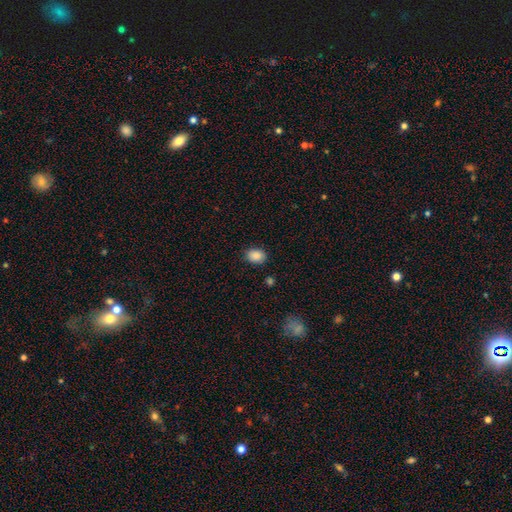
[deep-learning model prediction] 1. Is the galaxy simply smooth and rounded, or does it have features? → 88% smooth, 9% star or artifact, 4% featured or disk.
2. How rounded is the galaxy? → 58% in between, 41% round, 1% cigar-shaped.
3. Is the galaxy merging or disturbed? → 83% none, 12% minor disturbance, 3% major disturbance, 2% merger.